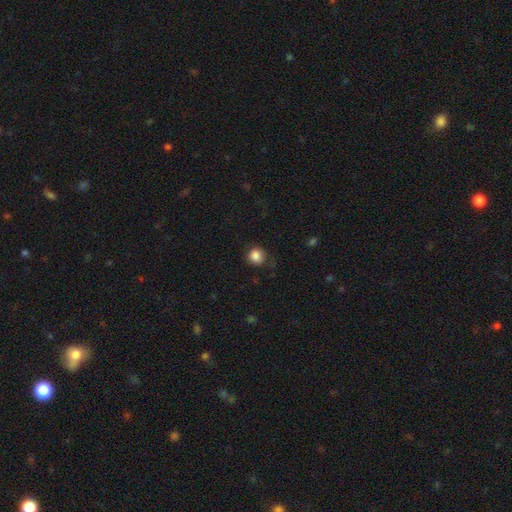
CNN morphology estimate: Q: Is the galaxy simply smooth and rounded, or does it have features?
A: smooth — 86%.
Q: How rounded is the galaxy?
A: round — 85%.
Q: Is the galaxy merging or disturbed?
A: none — 76%.